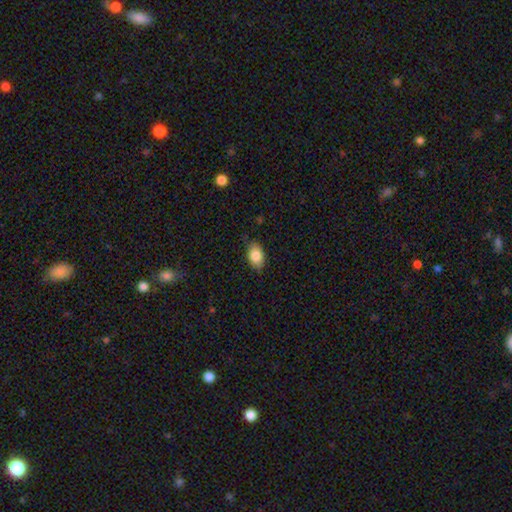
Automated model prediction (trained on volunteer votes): Q: Smooth or featured?
A: smooth (84%); runner-up: featured or disk (8%)
Q: How rounded?
A: in between (87%); runner-up: round (11%)
Q: Merging?
A: none (81%); runner-up: minor disturbance (15%)